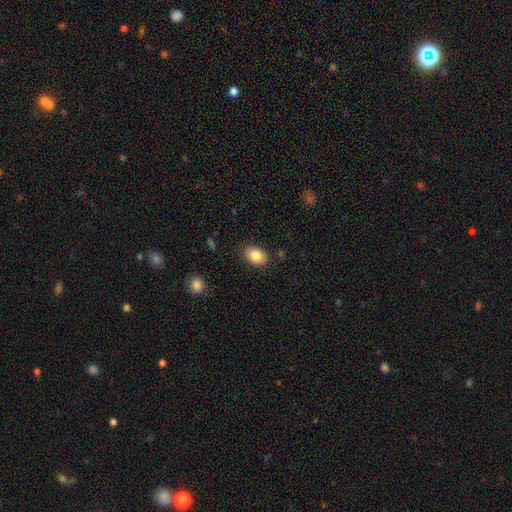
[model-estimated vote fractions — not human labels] A smooth galaxy with no disk features (84%) that is in between round and cigar-shaped (78%). Merging: none (86%).